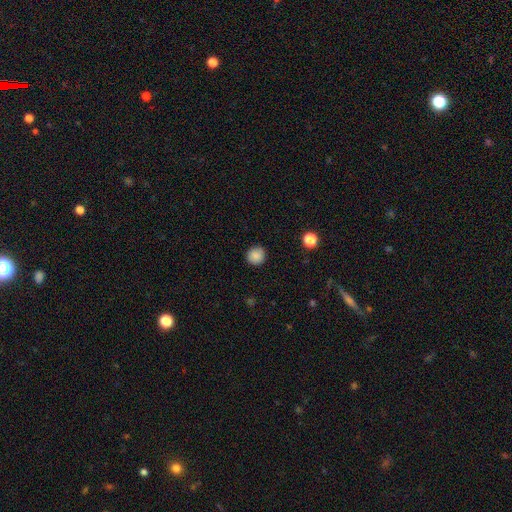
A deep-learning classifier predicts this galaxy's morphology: This is clearly a smooth galaxy (86%). How rounded: clearly round (93%). Merging: clearly none (90%).